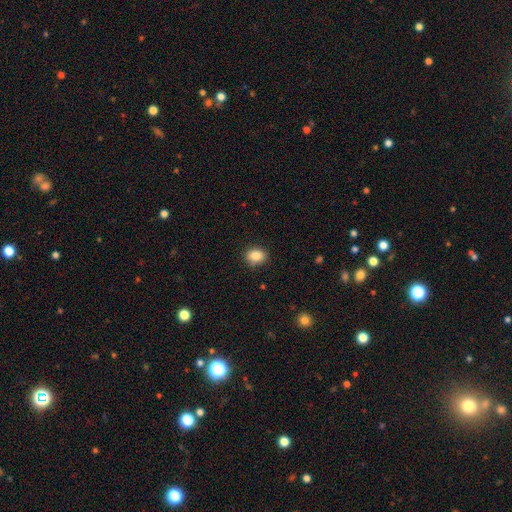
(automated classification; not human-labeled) Morphology: type=smooth (85%); roundness=round (50%); merging=none (87%).